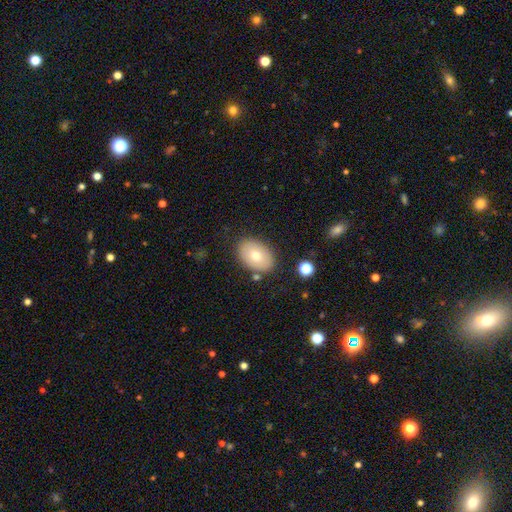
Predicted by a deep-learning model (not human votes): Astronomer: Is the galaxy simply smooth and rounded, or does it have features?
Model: smooth — 73%.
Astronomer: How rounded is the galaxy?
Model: in between — 85%.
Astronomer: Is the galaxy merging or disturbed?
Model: none — 84%.